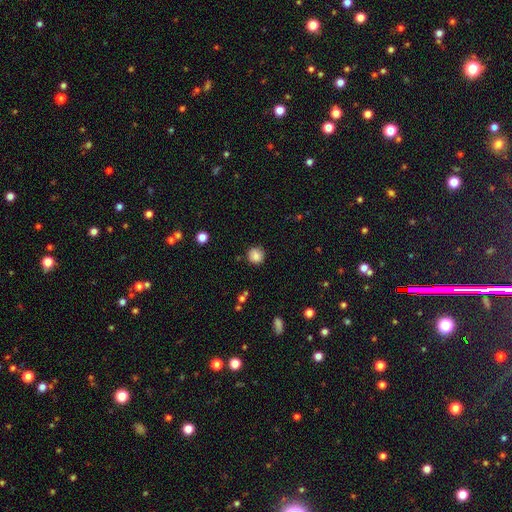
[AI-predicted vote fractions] Morphology: type=smooth (83%); roundness=round (91%); merging=none (84%).